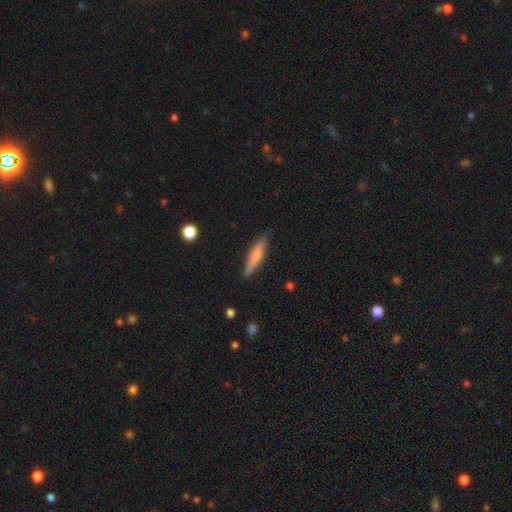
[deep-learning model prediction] This is possibly a smooth galaxy (55%). How rounded: clearly cigar-shaped (85%). Merging: clearly none (86%).